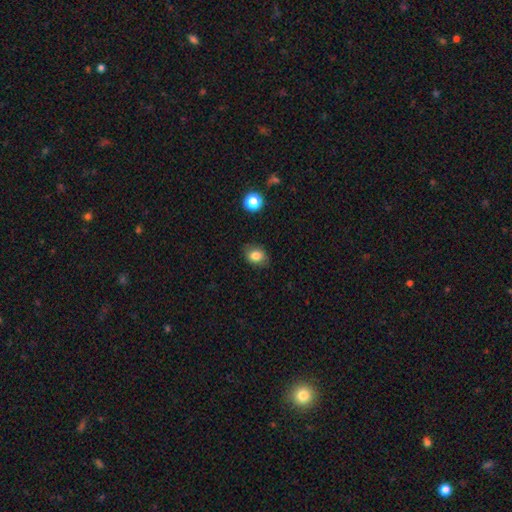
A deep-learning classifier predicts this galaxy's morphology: The model was most divided on "how rounded": in between: 59%, round: 40%, cigar-shaped: 1%. More confident: smooth or featured — smooth (83%); merging — none (80%).